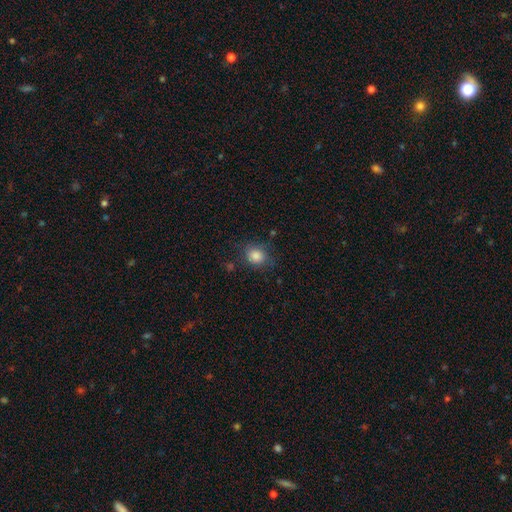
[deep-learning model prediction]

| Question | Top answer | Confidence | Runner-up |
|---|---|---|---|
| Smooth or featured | smooth | 85% | star or artifact (10%) |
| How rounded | round | 65% | in between (34%) |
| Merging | none | 76% | minor disturbance (17%) |